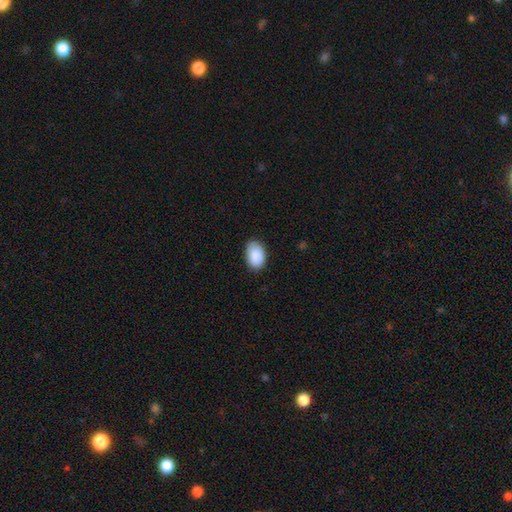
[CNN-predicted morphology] Smooth or featured?
  - smooth: 90% *
  - star or artifact: 6%
  - featured or disk: 4%
How rounded?
  - in between: 92% *
  - round: 7%
  - cigar-shaped: 1%
Merging?
  - none: 82% *
  - minor disturbance: 15%
  - major disturbance: 2%
  - merger: 1%